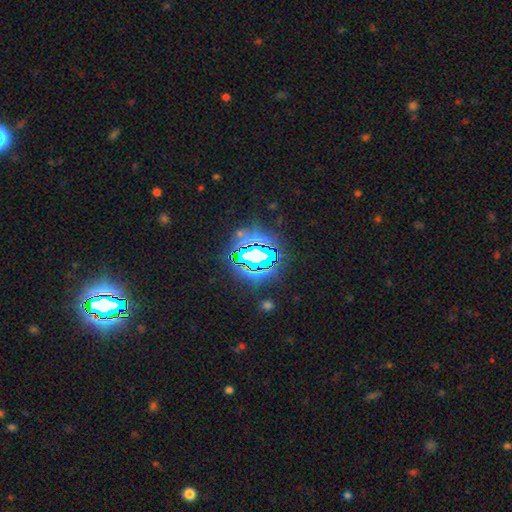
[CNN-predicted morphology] A star or artifact, not a galaxy (77%).